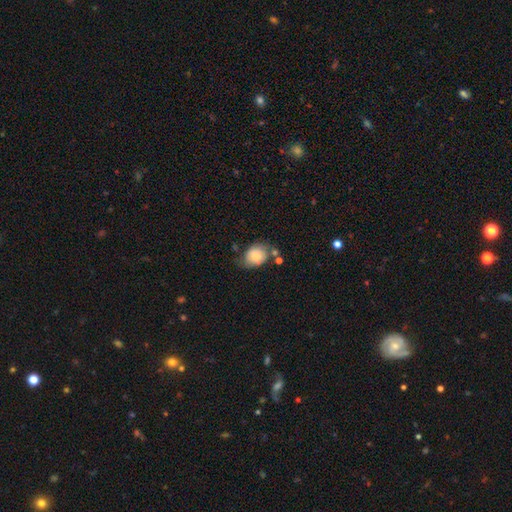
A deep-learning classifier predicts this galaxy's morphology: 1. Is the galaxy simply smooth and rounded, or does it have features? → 73% smooth, 19% featured or disk, 8% star or artifact.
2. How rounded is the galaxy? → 53% in between, 46% round, 1% cigar-shaped.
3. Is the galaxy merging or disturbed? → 52% none, 27% minor disturbance, 12% merger, 9% major disturbance.